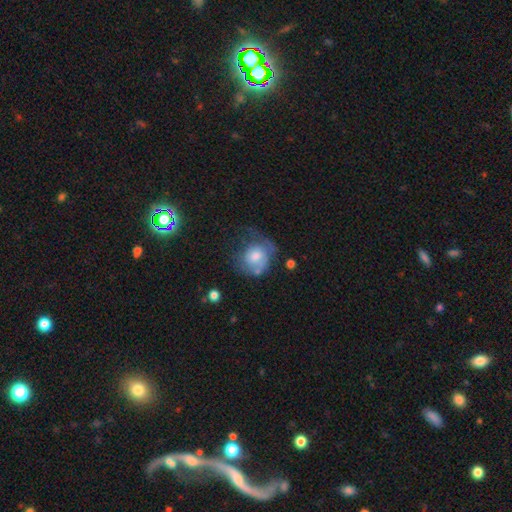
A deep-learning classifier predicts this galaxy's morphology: This is possibly a smooth galaxy (49%). Merging: marginally none (39%).